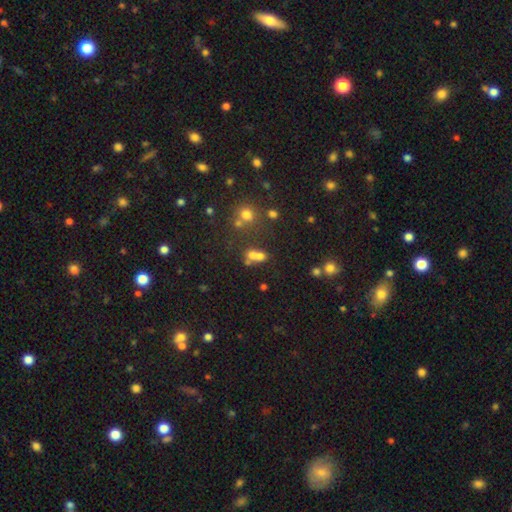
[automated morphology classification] This is likely a smooth galaxy (61%). How rounded: possibly in between (51%). Merging: possibly merger (50%).